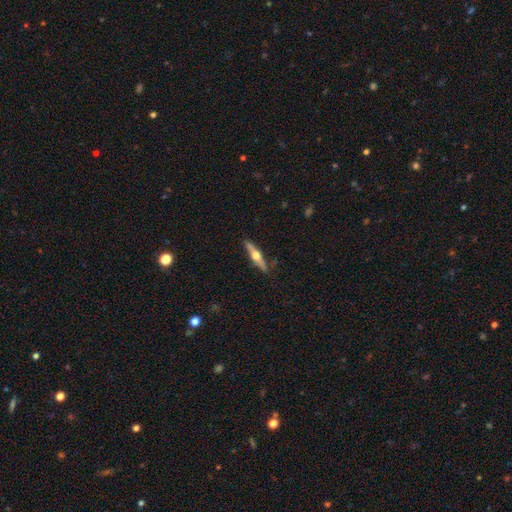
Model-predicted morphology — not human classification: Overall: featured or disk (71%). Edge-on disk: yes (97%). Edge-on bulge: rounded (96%). Merging: none (87%).